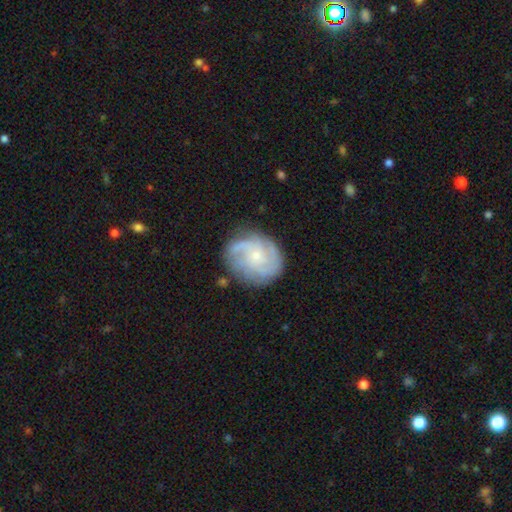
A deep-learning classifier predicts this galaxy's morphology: The model was most divided on "spiral winding": tight: 48%, medium: 39%, loose: 13%. Remaining: edge-on disk — no (98%); spiral arms — yes (94%); smooth or featured — featured or disk (78%); merging — none (74%); bar — no (74%); bulge size — small (72%); spiral arm count — 3 (34%).